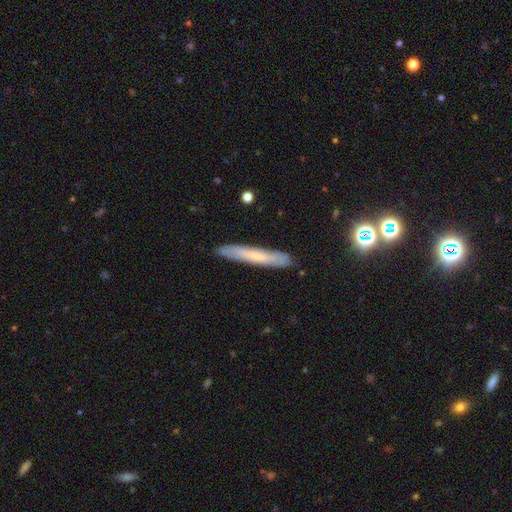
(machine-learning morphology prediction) This is possibly a smooth galaxy (54%). How rounded: clearly cigar-shaped (94%). Merging: clearly none (86%).